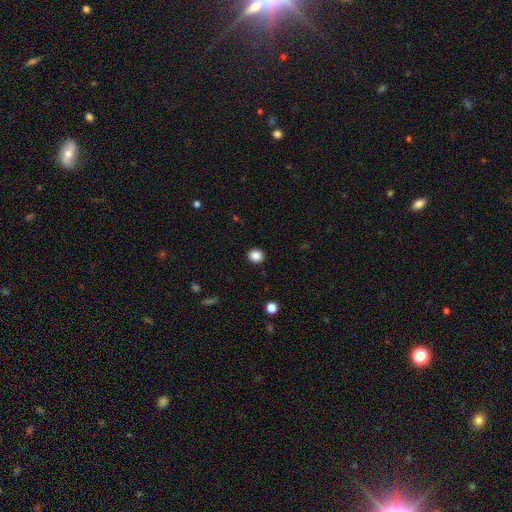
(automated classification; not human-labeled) This is clearly a smooth galaxy (86%). How rounded: clearly round (81%). Merging: clearly none (92%).